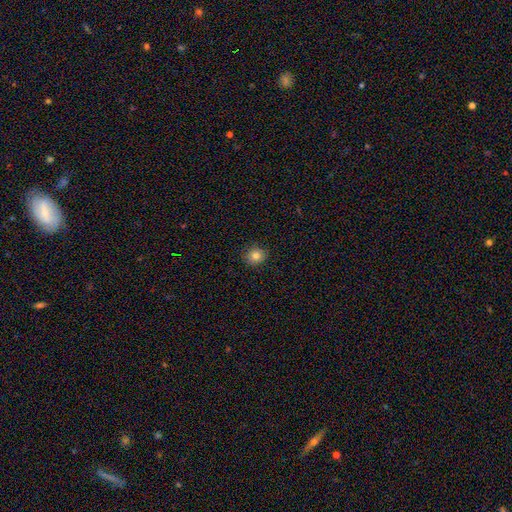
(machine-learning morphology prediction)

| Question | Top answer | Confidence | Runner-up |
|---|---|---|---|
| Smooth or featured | smooth | 82% | star or artifact (11%) |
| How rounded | round | 85% | in between (14%) |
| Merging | none | 88% | minor disturbance (9%) |